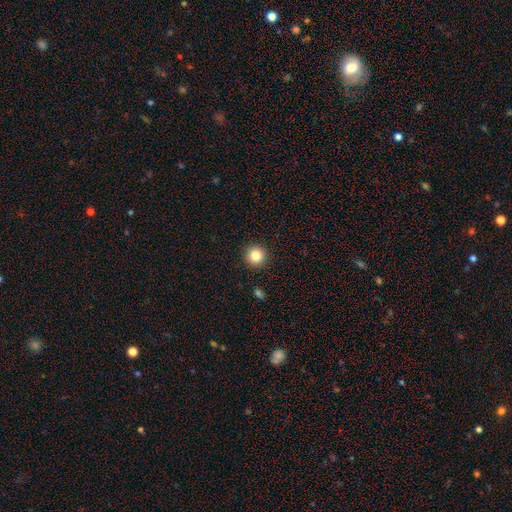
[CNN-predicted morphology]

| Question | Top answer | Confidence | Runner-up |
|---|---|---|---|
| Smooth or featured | smooth | 84% | star or artifact (11%) |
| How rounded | round | 96% | in between (3%) |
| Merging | none | 93% | minor disturbance (4%) |